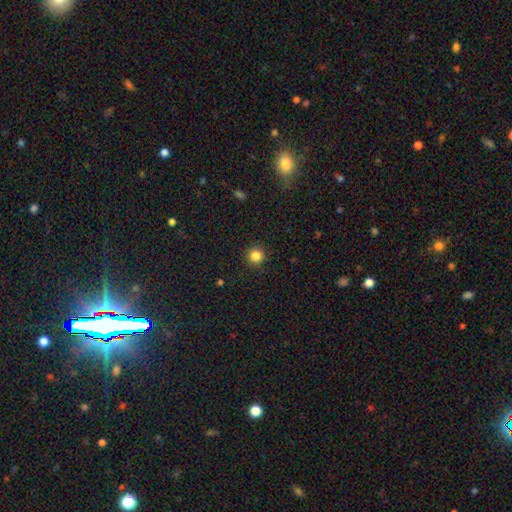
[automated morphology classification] Smooth or featured: smooth — 85% (star or artifact — 11%)
How rounded: round — 95% (in between — 4%)
Merging: none — 92% (minor disturbance — 5%)